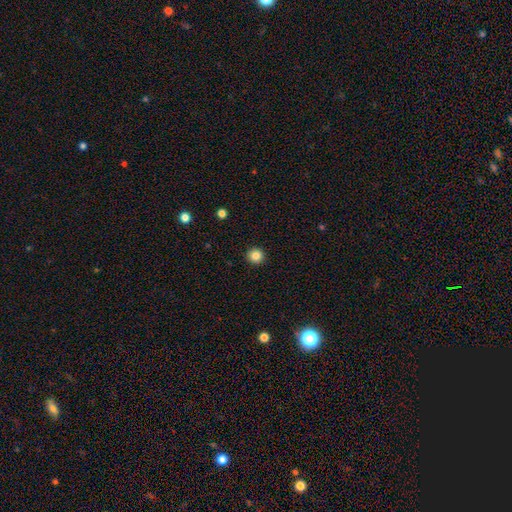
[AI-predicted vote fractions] smooth_or_featured: smooth (p=0.84) [alt: star or artifact p=0.11]
how_rounded: round (p=0.94) [alt: in between p=0.05]
merging: none (p=0.93) [alt: minor disturbance p=0.05]